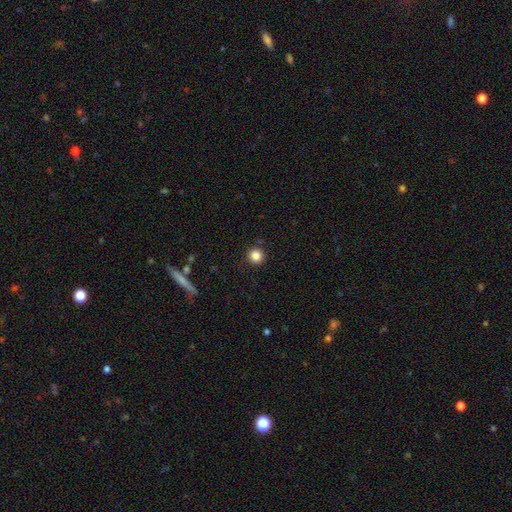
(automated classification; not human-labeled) A smooth galaxy with no disk features (85%) that is round (95%). Merging: none (90%).